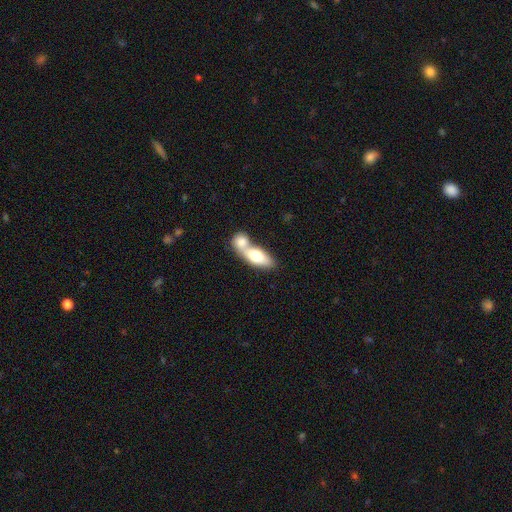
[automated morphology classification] Smooth or featured? Predicted: smooth (p=0.68). How rounded? Predicted: in between (p=0.75). Merging? Predicted: merger (p=0.72).